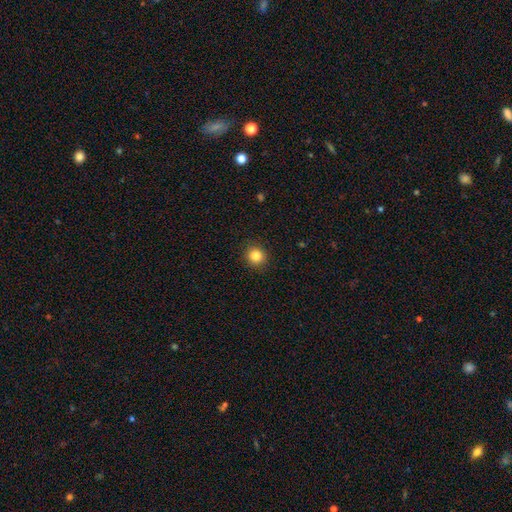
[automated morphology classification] smooth-or-featured: smooth: 85% | star or artifact: 11% | featured or disk: 5%
  how-rounded: round: 91% | in between: 8% | cigar-shaped: 1%
  merging: none: 91% | minor disturbance: 6% | major disturbance: 2% | merger: 1%